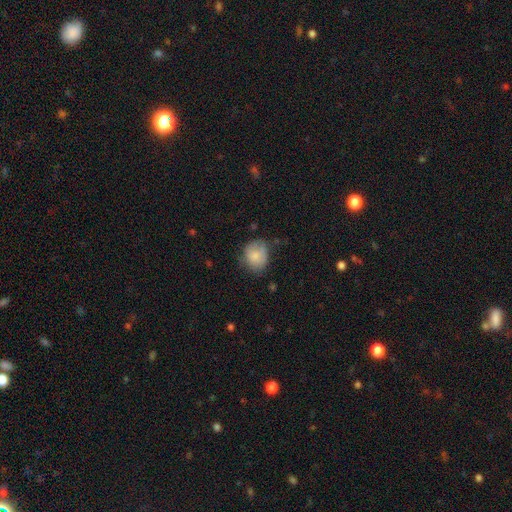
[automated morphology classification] Smooth or featured? smooth (78%)
How rounded? round (60%)
Merging? none (54%)